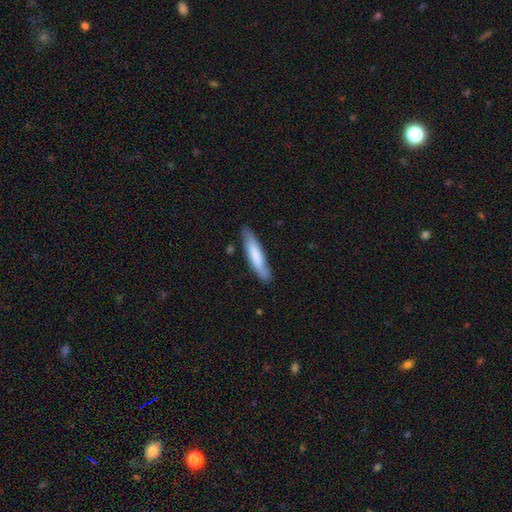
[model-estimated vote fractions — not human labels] Smooth or featured?
  - smooth: 71% *
  - featured or disk: 24%
  - star or artifact: 5%
How rounded?
  - cigar-shaped: 83% *
  - in between: 16%
  - round: 1%
Merging?
  - none: 80% *
  - minor disturbance: 16%
  - major disturbance: 3%
  - merger: 2%